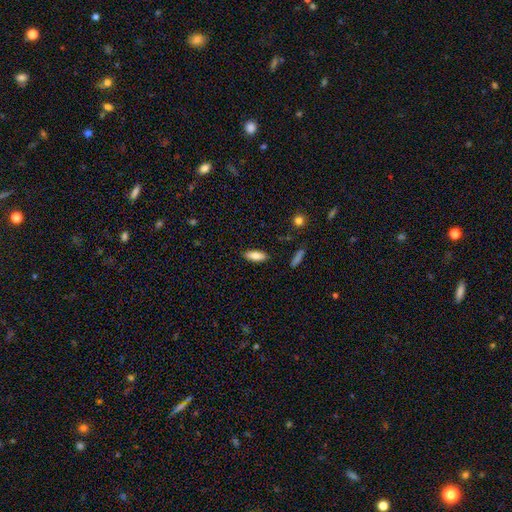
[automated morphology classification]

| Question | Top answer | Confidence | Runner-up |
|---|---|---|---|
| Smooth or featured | smooth | 81% | featured or disk (13%) |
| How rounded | in between | 69% | cigar-shaped (29%) |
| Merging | none | 88% | minor disturbance (9%) |